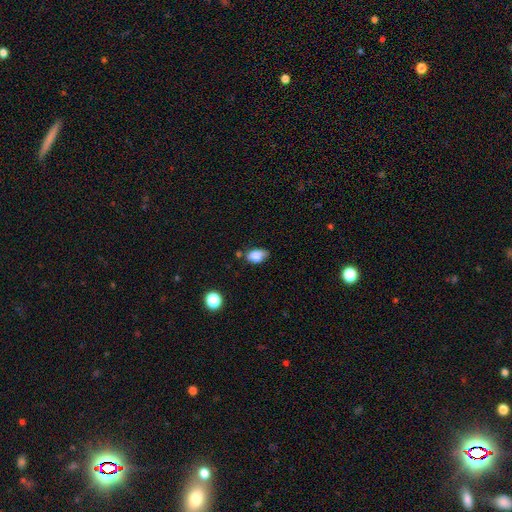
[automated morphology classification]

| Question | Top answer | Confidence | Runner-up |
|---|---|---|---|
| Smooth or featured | smooth | 83% | star or artifact (10%) |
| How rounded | in between | 83% | round (15%) |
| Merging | none | 47% | minor disturbance (39%) |